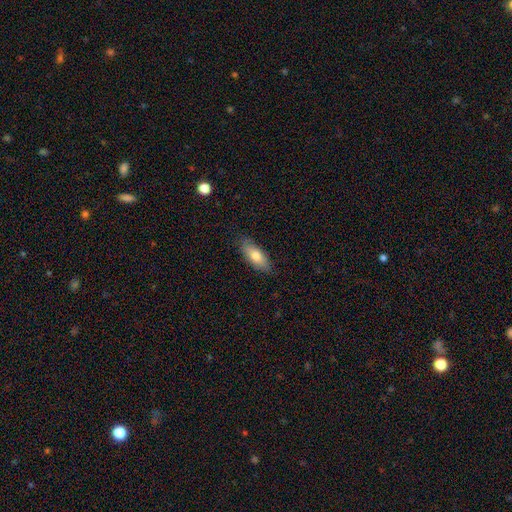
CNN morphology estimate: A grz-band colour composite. It shows a smooth galaxy with no disk features (75%) that is in between round and cigar-shaped (79%). Merging: none (82%).